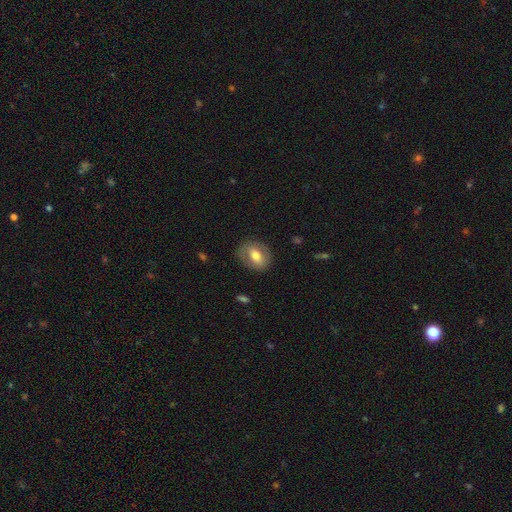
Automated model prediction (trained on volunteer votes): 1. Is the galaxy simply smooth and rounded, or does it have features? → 56% smooth, 37% featured or disk, 7% star or artifact.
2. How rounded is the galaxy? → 60% in between, 39% round, 2% cigar-shaped.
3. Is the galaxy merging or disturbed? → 81% none, 13% minor disturbance, 5% major disturbance, 1% merger.